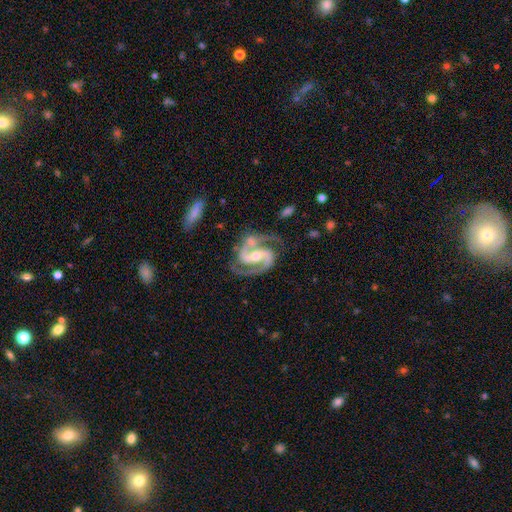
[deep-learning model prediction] smooth-or-featured: featured or disk: 94% | star or artifact: 4% | smooth: 3%
  disk-edge-on: no: 98% | yes: 2%
    bar: strong: 46% | weak: 34% | no: 21%
    has-spiral-arms: yes: 99% | no: 1%
      spiral-winding: medium: 63% | tight: 27% | loose: 10%
      spiral-arm-count: 2: 93% | 3: 2% | can't tell: 1% | 1: 1% | 4: 1% | more than 4: 1%
    bulge-size: moderate: 54% | small: 40% | large: 3% | none: 2% | dominant: 1%
  merging: none: 72% | minor disturbance: 17% | major disturbance: 6% | merger: 5%